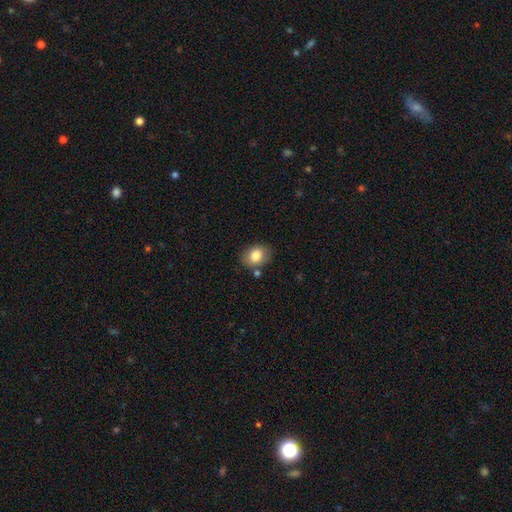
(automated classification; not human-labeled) A smooth galaxy with no disk features (82%) that is in between round and cigar-shaped (61%). Merging: none (77%).